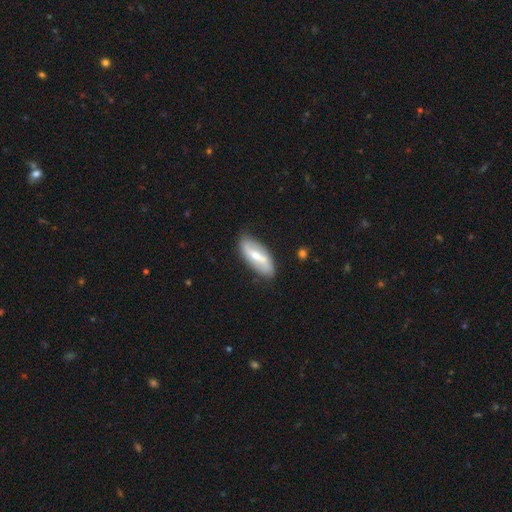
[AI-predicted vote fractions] smooth-or-featured: featured or disk: 55% | smooth: 39% | star or artifact: 6%
  disk-edge-on: no: 82% | yes: 18%
  merging: none: 79% | minor disturbance: 15% | major disturbance: 3% | merger: 2%